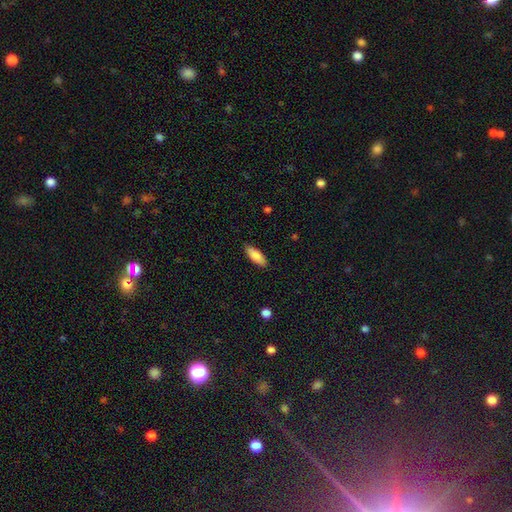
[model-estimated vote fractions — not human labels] Smooth or featured? Predicted: smooth (p=0.85). How rounded? Predicted: in between (p=0.67). Merging? Predicted: none (p=0.87).